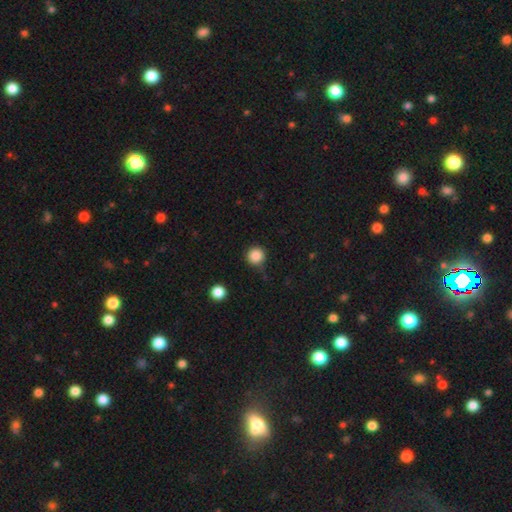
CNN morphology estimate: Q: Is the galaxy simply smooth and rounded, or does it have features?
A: smooth — 86%.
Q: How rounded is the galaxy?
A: round — 95%.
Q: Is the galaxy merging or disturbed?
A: none — 82%.